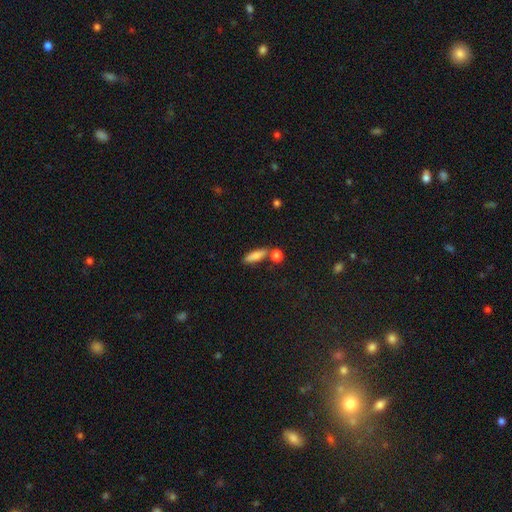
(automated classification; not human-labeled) This appears to be a smooth galaxy with no disk features (80%) that is cigar-shaped (49%). Merging: none (68%).